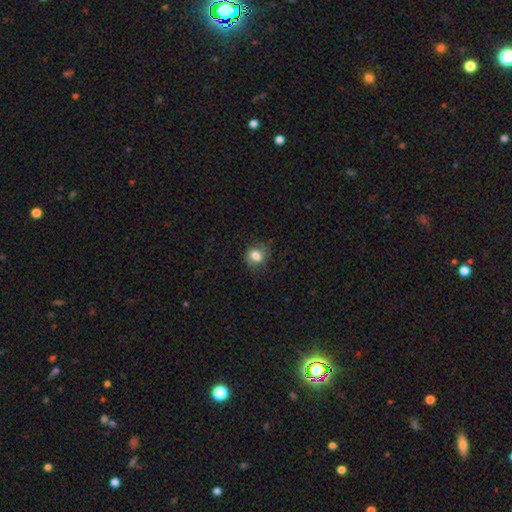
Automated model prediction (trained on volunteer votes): A smooth galaxy with no disk features (81%) that is round (70%).

Vote fractions:
- Smooth or featured? smooth: 81% / star or artifact: 10% / featured or disk: 10%
- How rounded? round: 70% / in between: 29% / cigar-shaped: 1%
- Merging? none: 73% / minor disturbance: 20% / major disturbance: 6% / merger: 1%